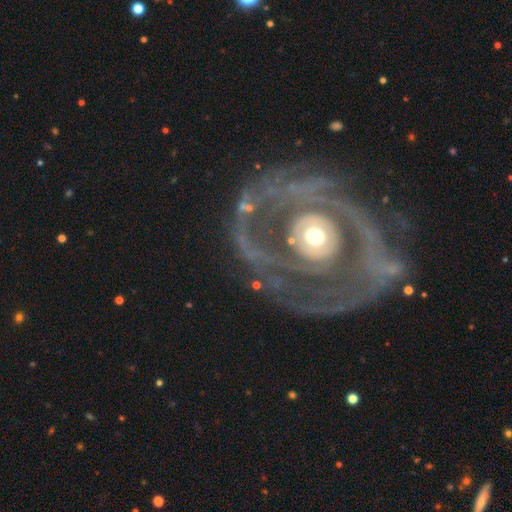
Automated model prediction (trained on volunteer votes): Smooth or featured? Predicted: featured or disk (p=0.83). Edge-on disk? Predicted: no (p=0.97). Bar? Predicted: no (p=0.75). Spiral arms? Predicted: yes (p=0.77). Spiral winding? Predicted: tight (p=0.59). Spiral arm count? Predicted: 2 (p=0.31). Bulge size? Predicted: moderate (p=0.65). Merging? Predicted: none (p=0.62).